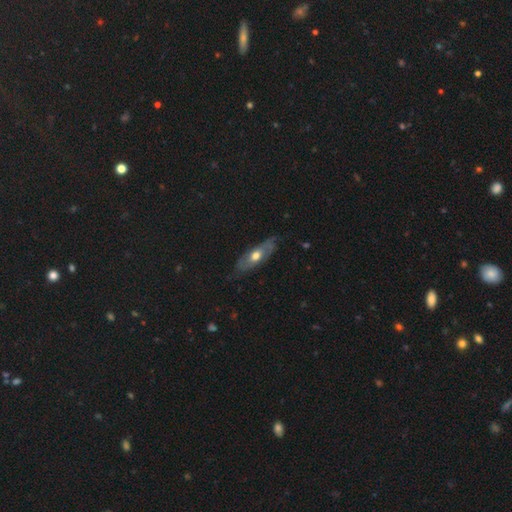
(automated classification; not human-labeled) Q: Smooth or featured?
A: featured or disk (53%); runner-up: smooth (41%)
Q: Edge-on disk?
A: no (62%); runner-up: yes (38%)
Q: Merging?
A: none (73%); runner-up: minor disturbance (21%)